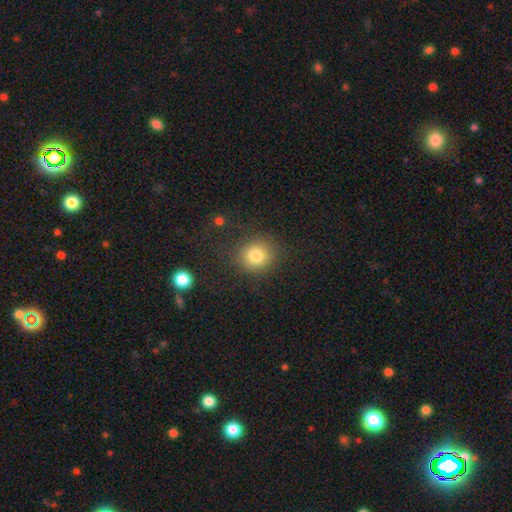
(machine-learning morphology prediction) Smooth or featured?
  - smooth: 81% *
  - star or artifact: 12%
  - featured or disk: 7%
How rounded?
  - round: 84% *
  - in between: 15%
  - cigar-shaped: 1%
Merging?
  - none: 83% *
  - minor disturbance: 10%
  - major disturbance: 5%
  - merger: 2%